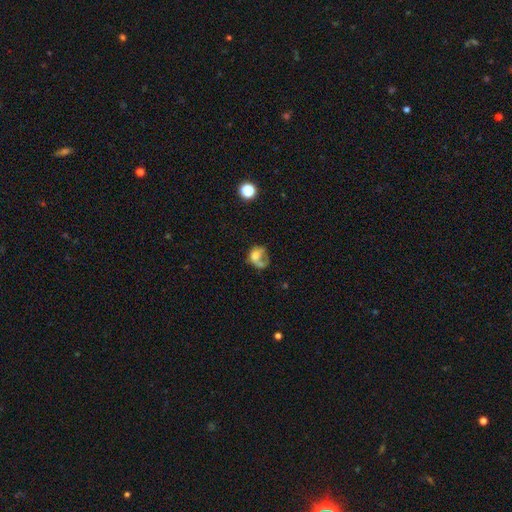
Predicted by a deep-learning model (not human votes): This appears to be a smooth galaxy with no disk features (55%) that is round (50%). Merging: major disturbance (31%).